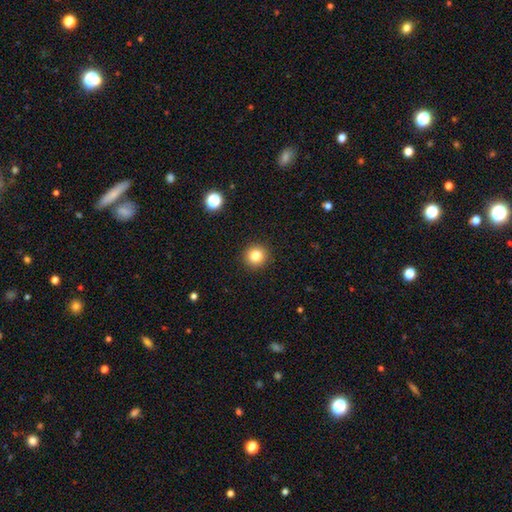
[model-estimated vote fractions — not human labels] smooth_or_featured: smooth (p=0.81) [alt: star or artifact p=0.12]
how_rounded: round (p=0.95) [alt: in between p=0.04]
merging: none (p=0.93) [alt: minor disturbance p=0.05]